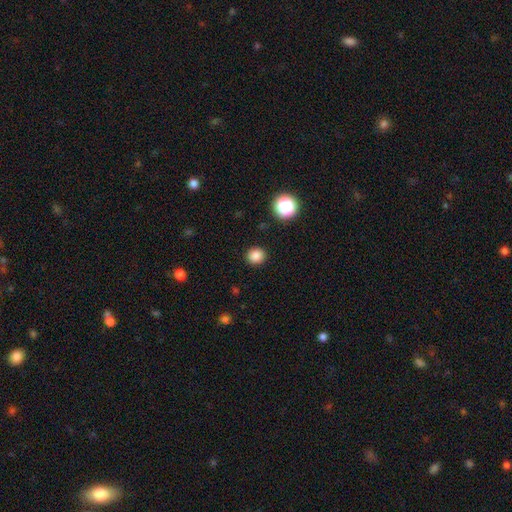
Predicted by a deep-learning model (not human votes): Q: Smooth or featured?
A: smooth (84%); runner-up: star or artifact (13%)
Q: How rounded?
A: round (89%); runner-up: in between (10%)
Q: Merging?
A: none (91%); runner-up: minor disturbance (5%)